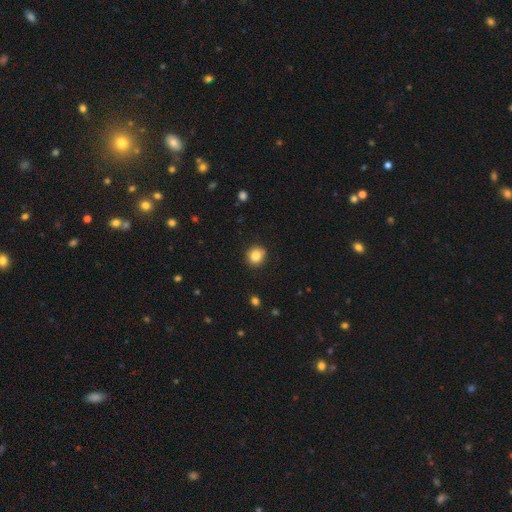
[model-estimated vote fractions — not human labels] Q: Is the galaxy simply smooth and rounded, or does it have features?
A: smooth — 84%.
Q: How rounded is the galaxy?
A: round — 84%.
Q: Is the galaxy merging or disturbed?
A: none — 89%.